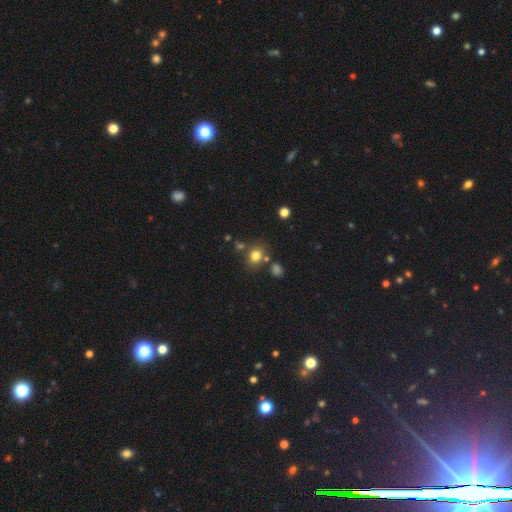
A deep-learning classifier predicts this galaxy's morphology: A smooth galaxy with no disk features (78%) that is round (69%).

Vote fractions:
- Smooth or featured? smooth: 78% / star or artifact: 15% / featured or disk: 8%
- How rounded? round: 69% / in between: 30% / cigar-shaped: 1%
- Merging? none: 71% / minor disturbance: 12% / merger: 12% / major disturbance: 4%